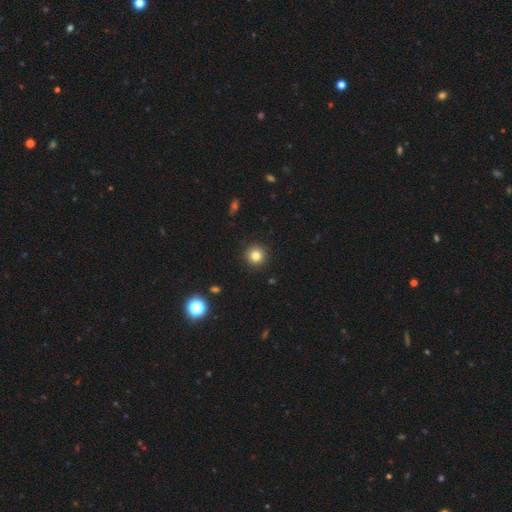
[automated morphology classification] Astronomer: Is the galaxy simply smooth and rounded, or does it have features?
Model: smooth — 82%.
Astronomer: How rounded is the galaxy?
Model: round — 95%.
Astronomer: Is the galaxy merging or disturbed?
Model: none — 92%.